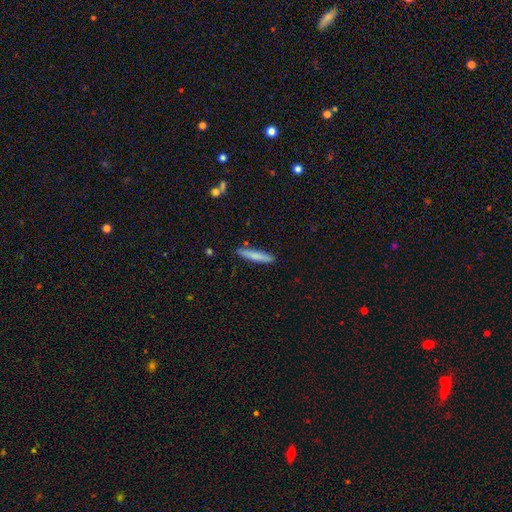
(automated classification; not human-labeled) Smooth or featured? Predicted: smooth (p=0.77). How rounded? Predicted: cigar-shaped (p=0.91). Merging? Predicted: none (p=0.87).